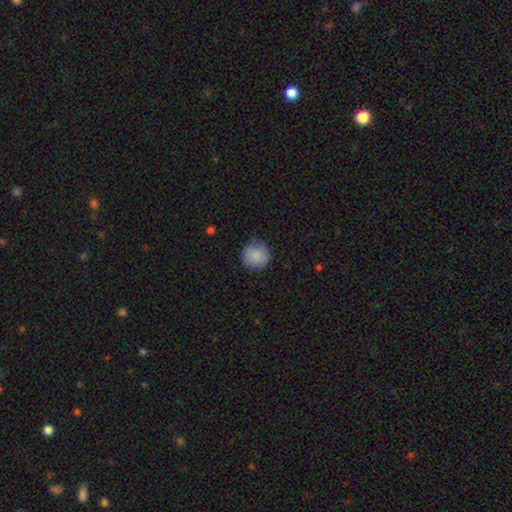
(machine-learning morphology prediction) Smooth or featured? Predicted: smooth (p=0.86). How rounded? Predicted: round (p=0.93). Merging? Predicted: none (p=0.83).